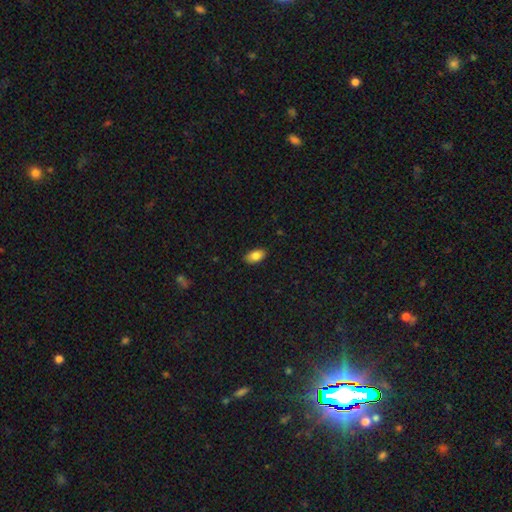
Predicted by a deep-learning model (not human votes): Q: Smooth or featured?
A: smooth (86%); runner-up: star or artifact (7%)
Q: How rounded?
A: in between (93%); runner-up: round (4%)
Q: Merging?
A: none (86%); runner-up: minor disturbance (11%)